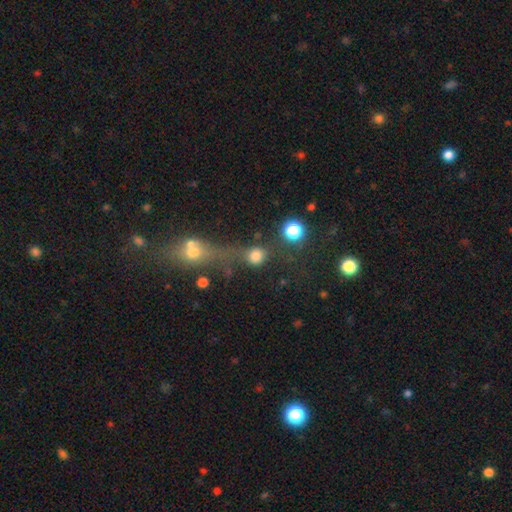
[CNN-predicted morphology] Smooth or featured? Predicted: smooth (p=0.75). How rounded? Predicted: round (p=0.81). Merging? Predicted: none (p=0.46).